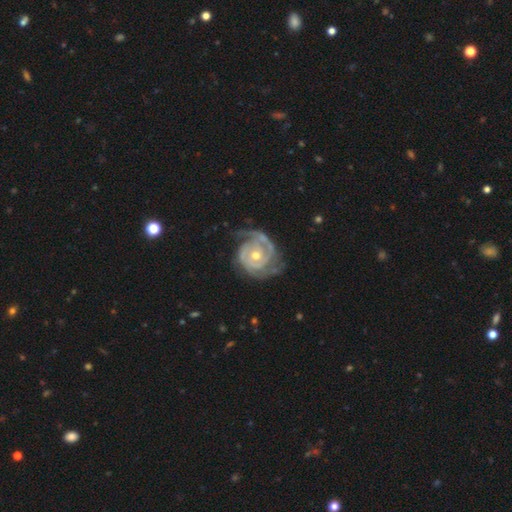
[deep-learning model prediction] This appears to be a featured or disk galaxy (91%) with no bar (74%), 2 (54%) tight (69%) spiral arms (97%) and a moderate central bulge (61%). Merging: none (63%).